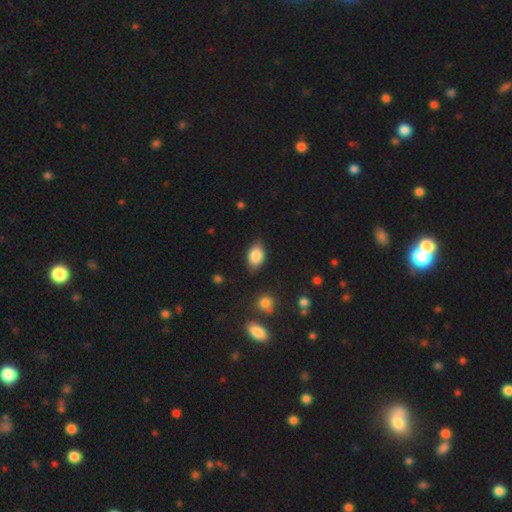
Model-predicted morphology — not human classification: This is clearly a smooth galaxy (86%). How rounded: clearly in between (87%). Merging: clearly none (81%).